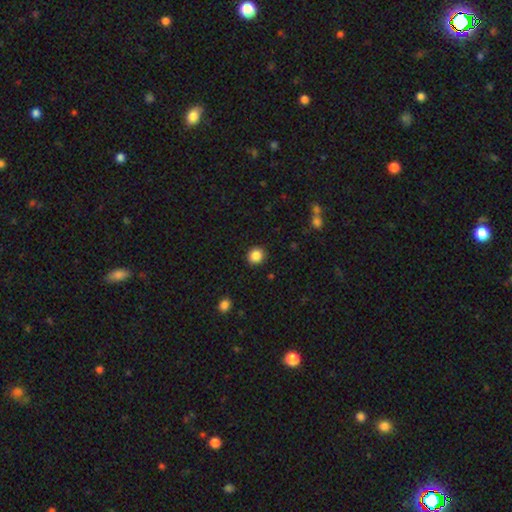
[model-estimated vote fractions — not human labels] Morphology: type=smooth (87%); roundness=round (87%); merging=none (91%).